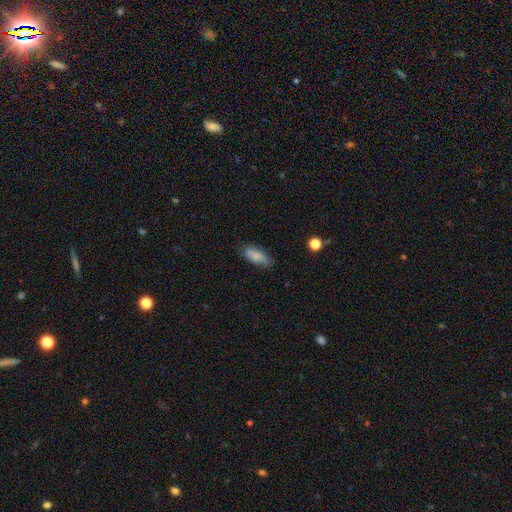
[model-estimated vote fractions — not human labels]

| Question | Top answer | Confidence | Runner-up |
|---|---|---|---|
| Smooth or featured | smooth | 79% | featured or disk (14%) |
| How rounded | in between | 79% | cigar-shaped (19%) |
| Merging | none | 72% | minor disturbance (22%) |